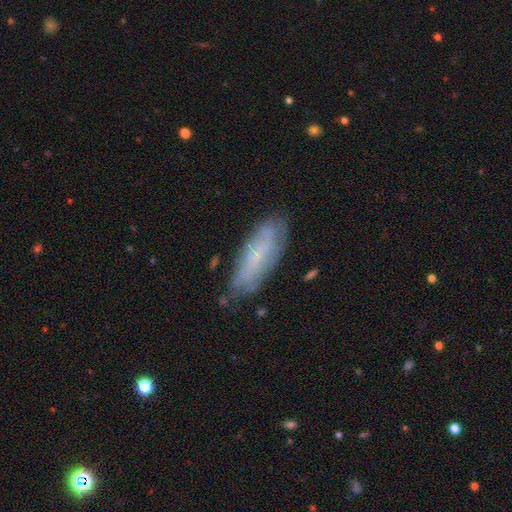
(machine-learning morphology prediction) This is possibly a smooth galaxy (49%). Merging: likely none (67%).